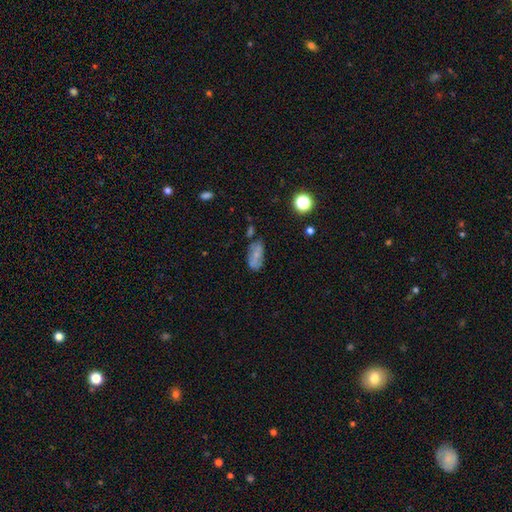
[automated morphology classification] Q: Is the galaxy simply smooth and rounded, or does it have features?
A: smooth — 55%.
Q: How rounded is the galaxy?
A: in between — 85%.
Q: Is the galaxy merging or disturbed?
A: none — 57%.